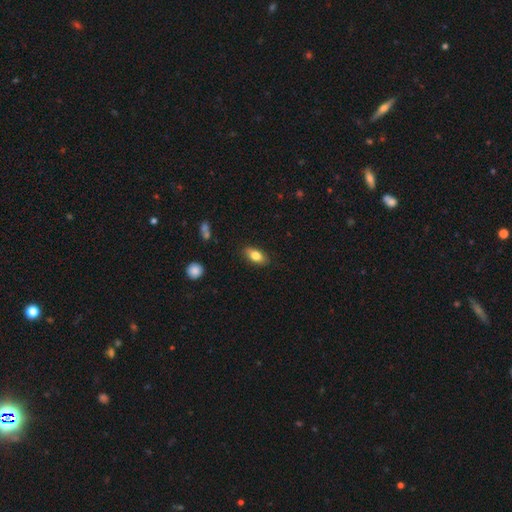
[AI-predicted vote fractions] smooth-or-featured: smooth: 79% | featured or disk: 14% | star or artifact: 7%
  how-rounded: in between: 87% | cigar-shaped: 8% | round: 5%
  merging: none: 85% | minor disturbance: 12% | major disturbance: 2% | merger: 1%